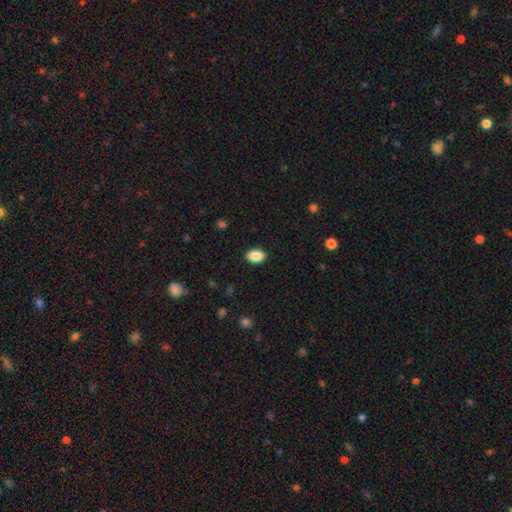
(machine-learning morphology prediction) The model was most divided on "how rounded": in between: 88%, round: 11%, cigar-shaped: 1%. More confident: merging — none (89%); smooth or featured — smooth (87%).